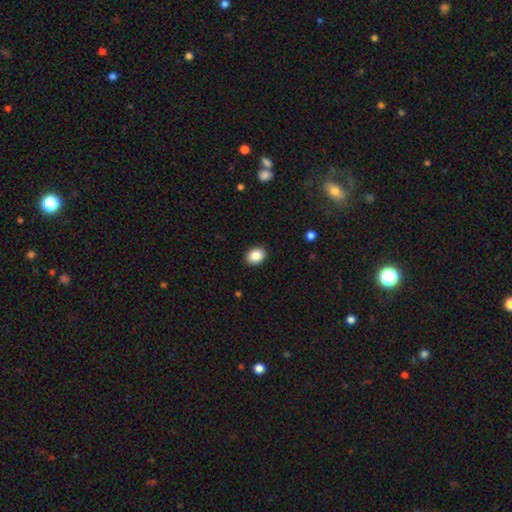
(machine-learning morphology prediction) smooth 88%, star or artifact 8%, featured or disk 4%. Down the decision tree: how rounded — in between (64%); merging — none (90%).